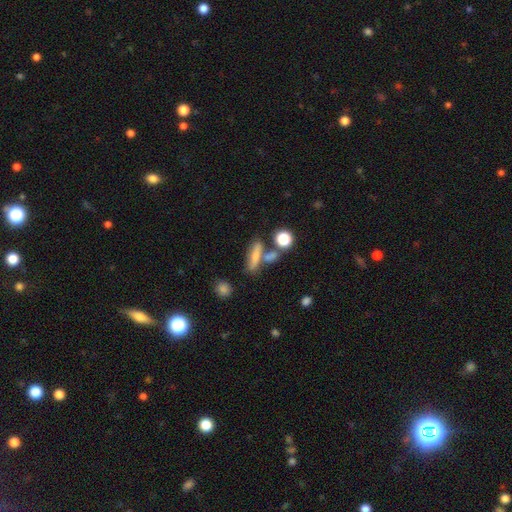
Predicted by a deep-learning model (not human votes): smooth 66%, featured or disk 23%, star or artifact 11%. Down the decision tree: how rounded — cigar-shaped (58%); merging — none (57%).